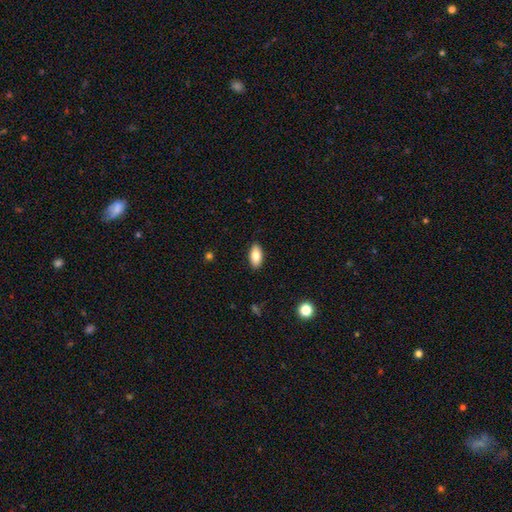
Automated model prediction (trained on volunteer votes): Smooth or featured? smooth (81%)
How rounded? in between (89%)
Merging? none (89%)